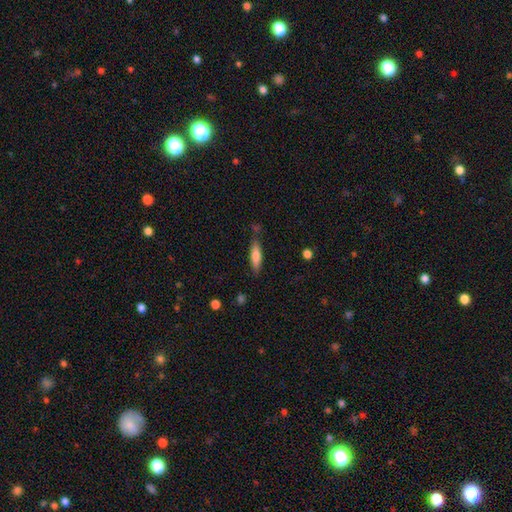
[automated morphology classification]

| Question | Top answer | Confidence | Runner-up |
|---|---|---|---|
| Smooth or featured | smooth | 75% | featured or disk (19%) |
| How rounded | cigar-shaped | 68% | in between (30%) |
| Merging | none | 76% | minor disturbance (16%) |